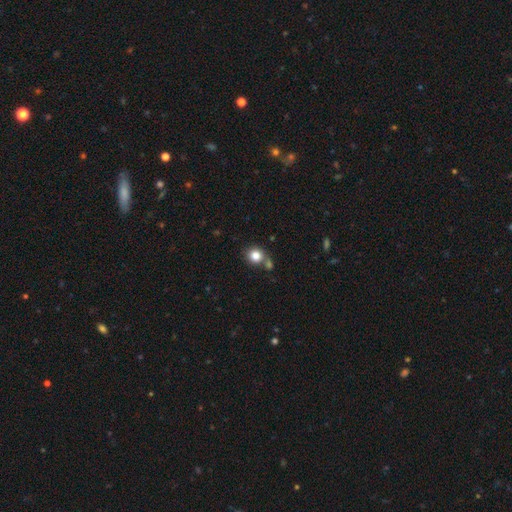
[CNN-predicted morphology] Smooth or featured?
  - smooth: 83% *
  - star or artifact: 11%
  - featured or disk: 7%
How rounded?
  - round: 83% *
  - in between: 16%
  - cigar-shaped: 1%
Merging?
  - none: 64% *
  - merger: 21%
  - minor disturbance: 11%
  - major disturbance: 4%